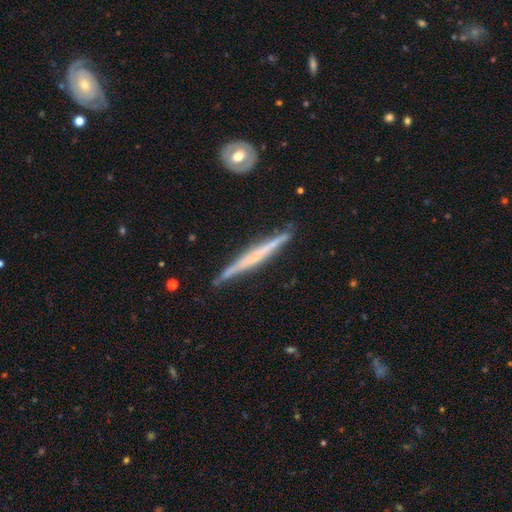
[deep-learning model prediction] The model was most divided on "smooth or featured": featured or disk: 67%, smooth: 27%, star or artifact: 6%. More confident: edge-on disk — yes (97%); merging — none (85%); edge-on bulge — none (69%).